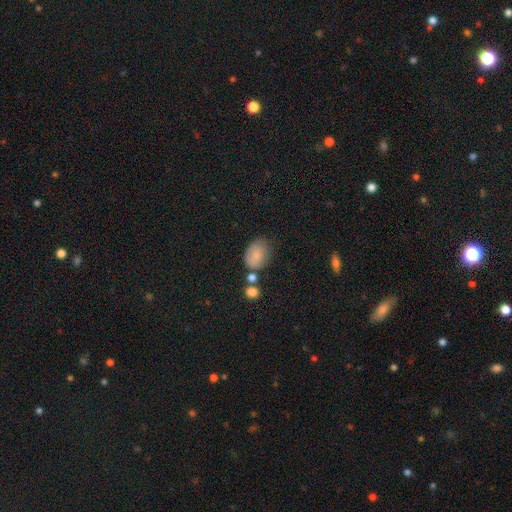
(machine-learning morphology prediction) Smooth or featured? smooth (79%)
How rounded? in between (73%)
Merging? none (54%)